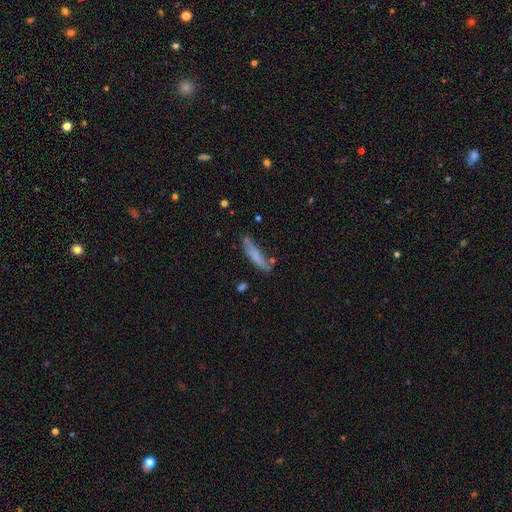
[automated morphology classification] This appears to be a smooth galaxy with no disk features (74%) that is cigar-shaped (83%). Merging: none (71%).